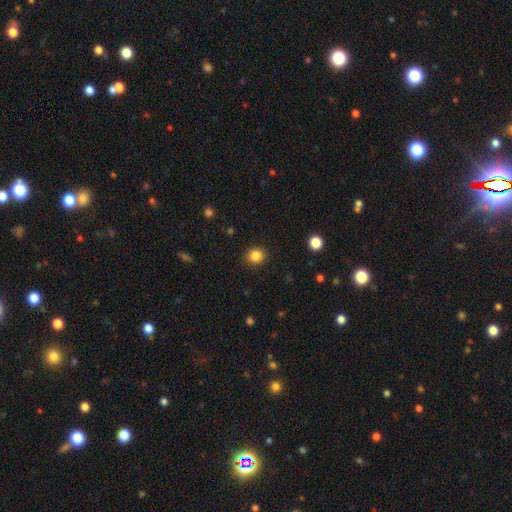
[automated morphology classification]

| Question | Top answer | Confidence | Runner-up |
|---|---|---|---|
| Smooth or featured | smooth | 84% | star or artifact (11%) |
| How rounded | round | 82% | in between (17%) |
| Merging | none | 91% | minor disturbance (6%) |